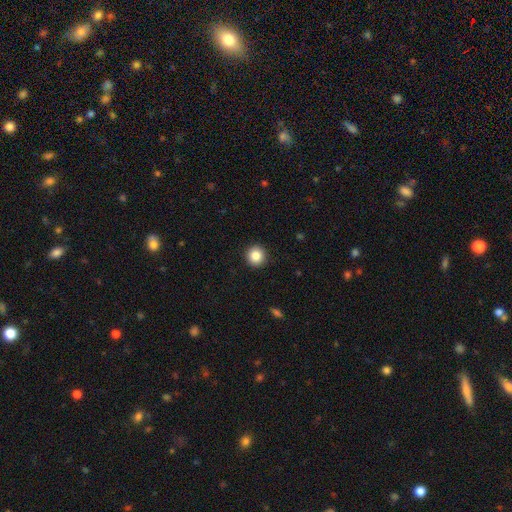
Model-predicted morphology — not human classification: Overall: smooth (84%). How rounded: round (95%). Merging: none (93%).